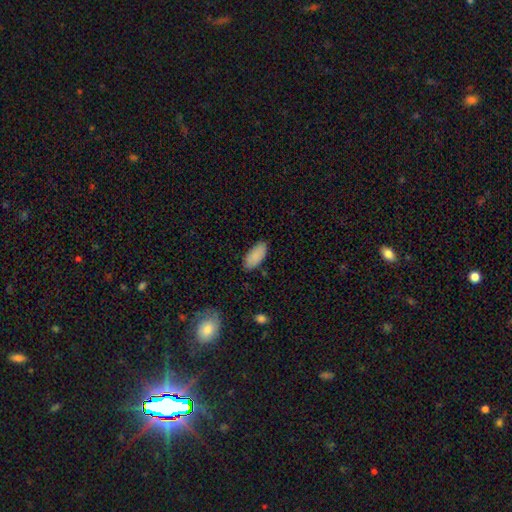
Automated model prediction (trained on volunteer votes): A smooth galaxy with no disk features (88%) that is in between round and cigar-shaped (89%).

Vote fractions:
- Smooth or featured? smooth: 88% / star or artifact: 7% / featured or disk: 5%
- How rounded? in between: 89% / cigar-shaped: 9% / round: 2%
- Merging? none: 83% / minor disturbance: 13% / major disturbance: 3% / merger: 2%